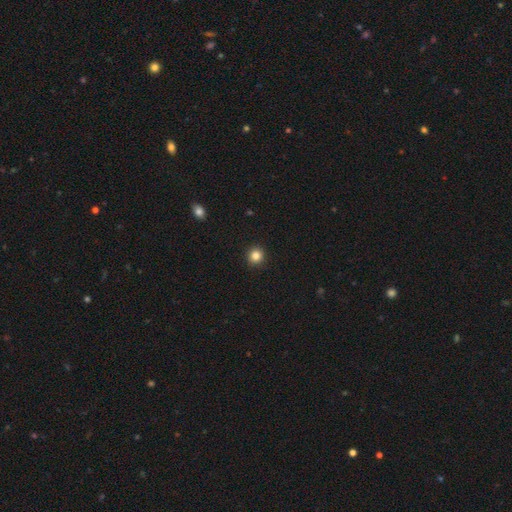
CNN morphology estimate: smooth-or-featured: smooth: 84% | star or artifact: 11% | featured or disk: 4%
  how-rounded: round: 95% | in between: 4% | cigar-shaped: 1%
  merging: none: 93% | minor disturbance: 4% | major disturbance: 1% | merger: 1%